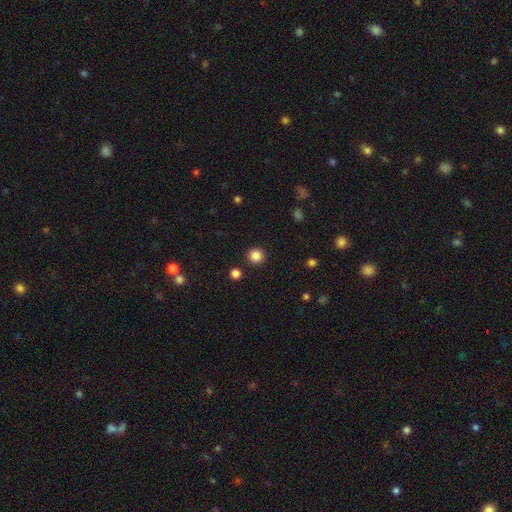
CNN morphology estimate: This appears to be a smooth galaxy with no disk features (85%) that is round (95%). Merging: none (92%).